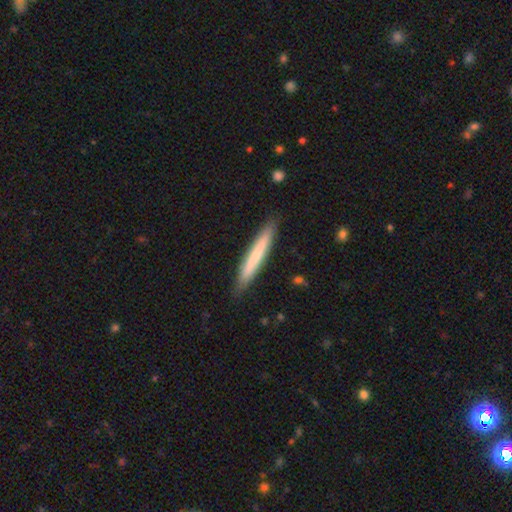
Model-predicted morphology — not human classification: Smooth or featured: smooth — 69% (featured or disk — 26%)
How rounded: cigar-shaped — 96% (in between — 3%)
Merging: none — 89% (minor disturbance — 8%)